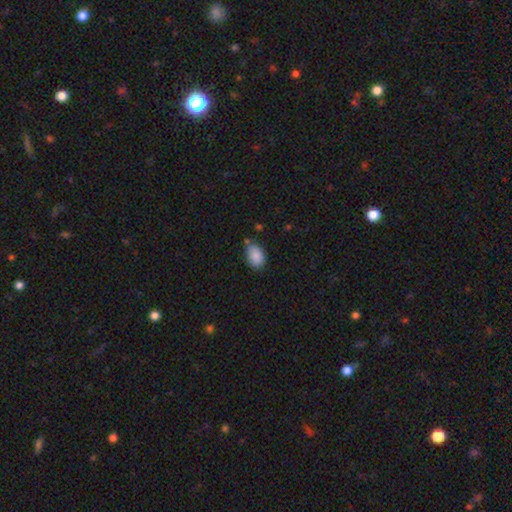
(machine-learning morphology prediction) Smooth or featured? Predicted: smooth (p=0.88). How rounded? Predicted: in between (p=0.86). Merging? Predicted: none (p=0.67).